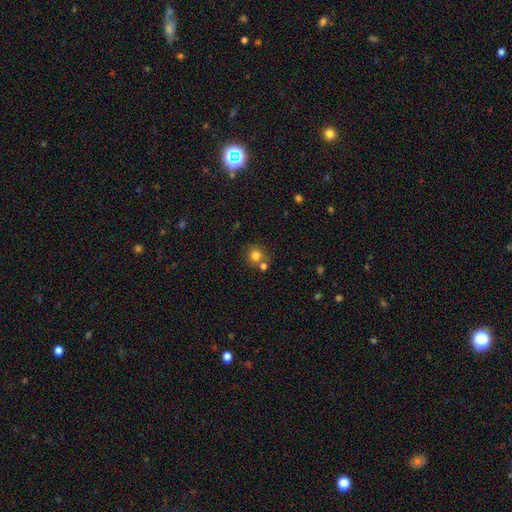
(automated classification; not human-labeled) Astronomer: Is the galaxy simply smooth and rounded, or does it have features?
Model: smooth — 79%.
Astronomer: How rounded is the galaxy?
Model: round — 89%.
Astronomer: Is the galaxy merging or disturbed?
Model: none — 66%.